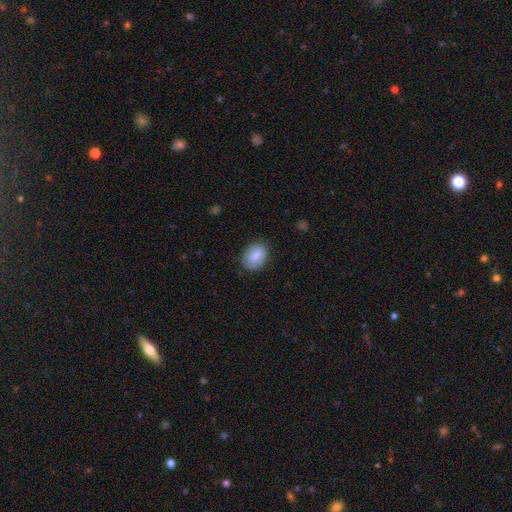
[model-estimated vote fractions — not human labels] Morphology: type=smooth (81%); roundness=in between (74%); merging=none (79%).